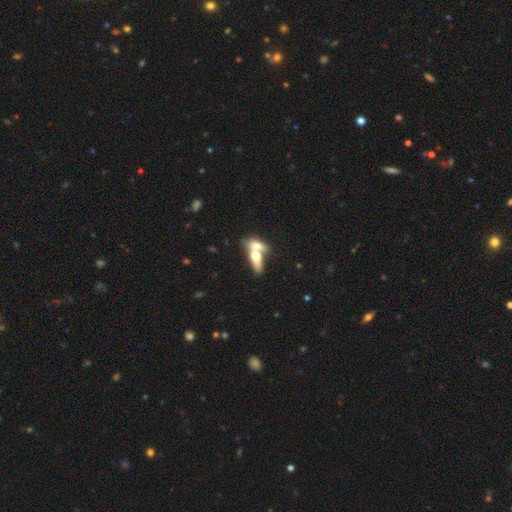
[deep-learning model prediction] The model was most divided on "smooth or featured": smooth: 55%, featured or disk: 38%, star or artifact: 7%. More confident: merging — merger (64%); how rounded — in between (56%).